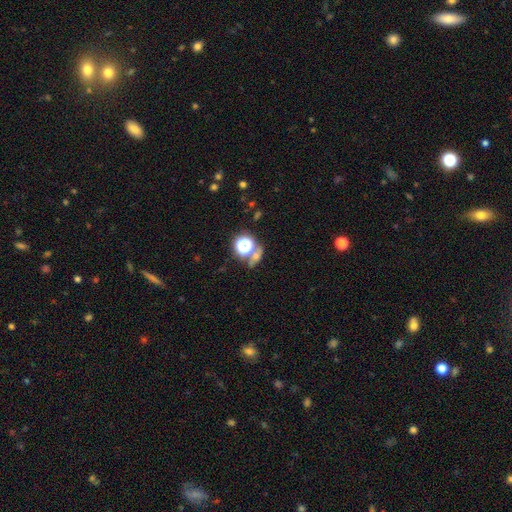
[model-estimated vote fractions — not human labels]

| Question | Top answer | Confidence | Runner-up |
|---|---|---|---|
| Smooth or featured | star or artifact | 46% | smooth (39%) |